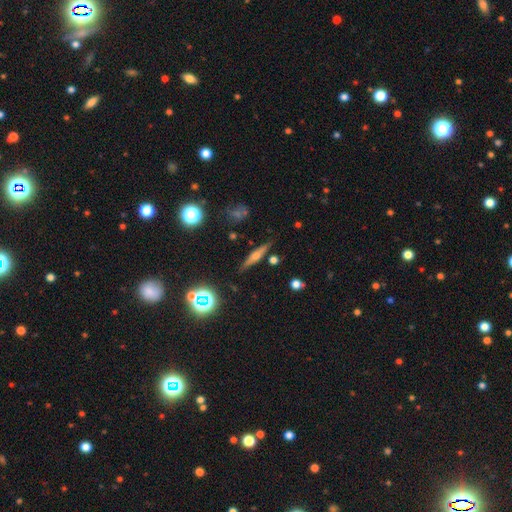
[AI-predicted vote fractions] Smooth or featured? Predicted: featured or disk (p=0.56). Edge-on disk? Predicted: yes (p=0.95). Edge-on bulge? Predicted: rounded (p=0.84). Merging? Predicted: none (p=0.85).